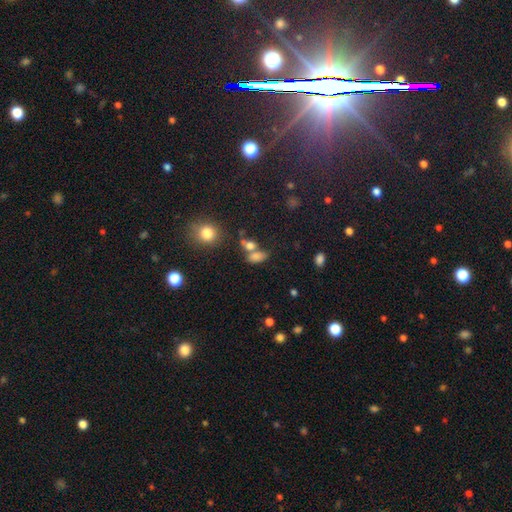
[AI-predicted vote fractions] smooth 73%, star or artifact 15%, featured or disk 12%. Down the decision tree: how rounded — in between (78%); merging — none (42%).